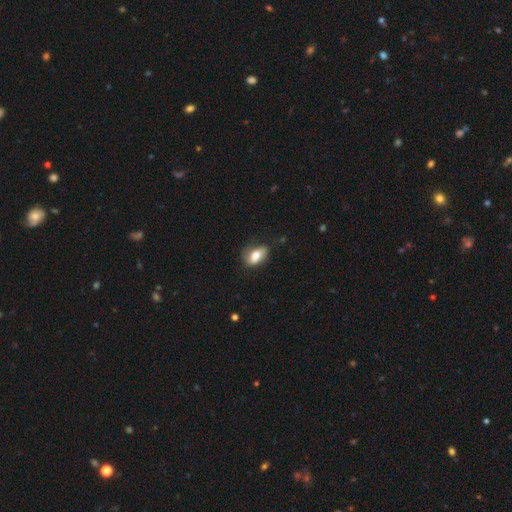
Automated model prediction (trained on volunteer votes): The model was most divided on "merging": none: 56%, minor disturbance: 31%, major disturbance: 11%, merger: 2%. More confident: how rounded — in between (88%); smooth or featured — smooth (75%).